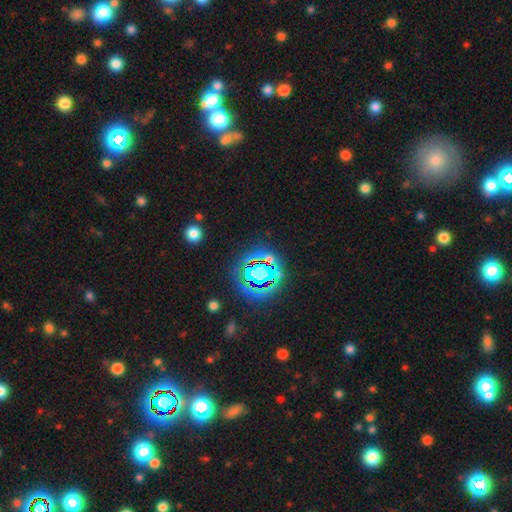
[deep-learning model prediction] smooth-or-featured: star or artifact: 78% | smooth: 14% | featured or disk: 8%